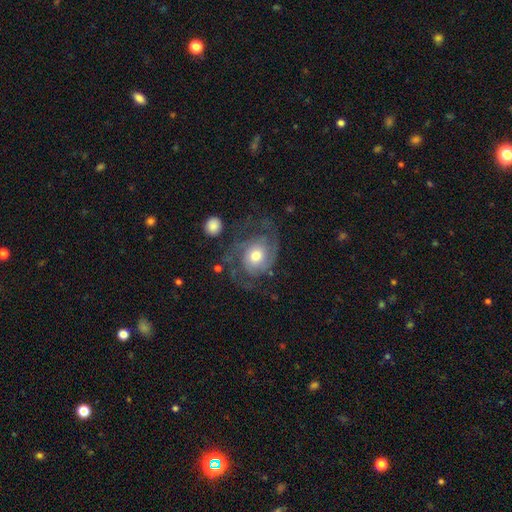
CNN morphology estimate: Smooth or featured: featured or disk — 79% (smooth — 16%)
Edge-on disk: no — 97% (yes — 3%)
Bar: no — 75% (weak — 21%)
Spiral arms: yes — 93% (no — 7%)
Spiral winding: medium — 47% (tight — 31%)
Spiral arm count: 2 — 66% (can't tell — 12%)
Bulge size: moderate — 67% (small — 19%)
Merging: none — 52% (major disturbance — 26%)